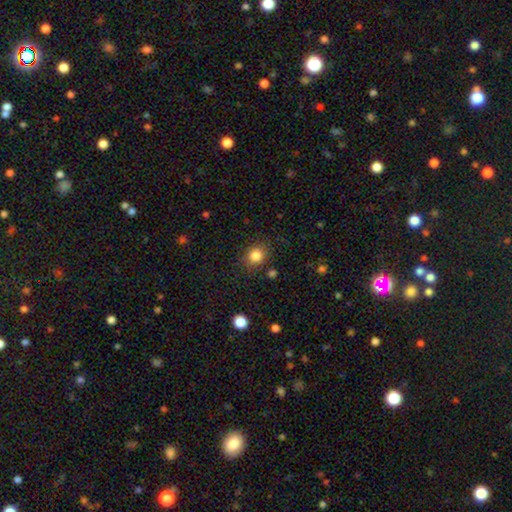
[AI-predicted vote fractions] This is clearly a smooth galaxy (84%). How rounded: likely round (68%). Merging: clearly none (83%).